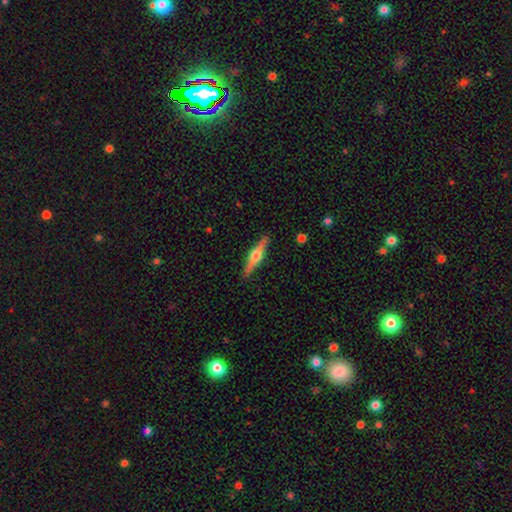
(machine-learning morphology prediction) This appears to be a featured or disk galaxy (68%) viewed edge-on (97%) with a rounded central bulge (94%). Merging: none (89%).